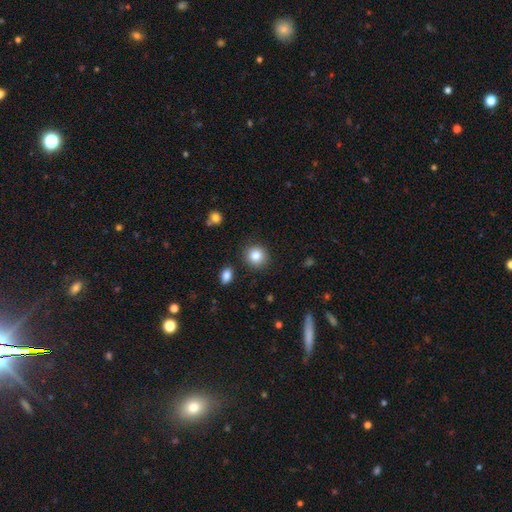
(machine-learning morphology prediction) Smooth or featured?
  - smooth: 84% *
  - star or artifact: 9%
  - featured or disk: 7%
How rounded?
  - round: 87% *
  - in between: 12%
  - cigar-shaped: 1%
Merging?
  - none: 88% *
  - minor disturbance: 7%
  - merger: 2%
  - major disturbance: 2%